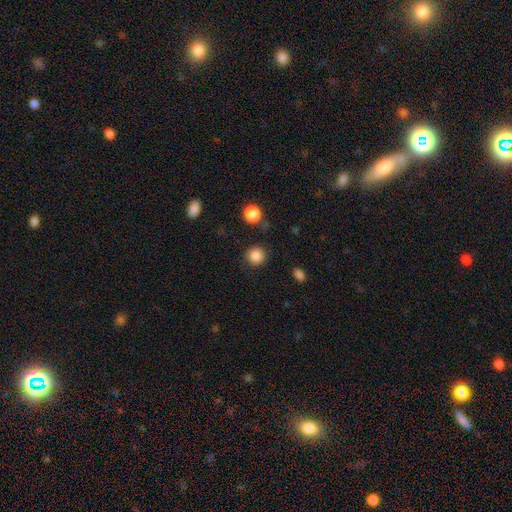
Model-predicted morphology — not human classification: Overall: smooth (86%). How rounded: round (93%). Merging: none (85%).